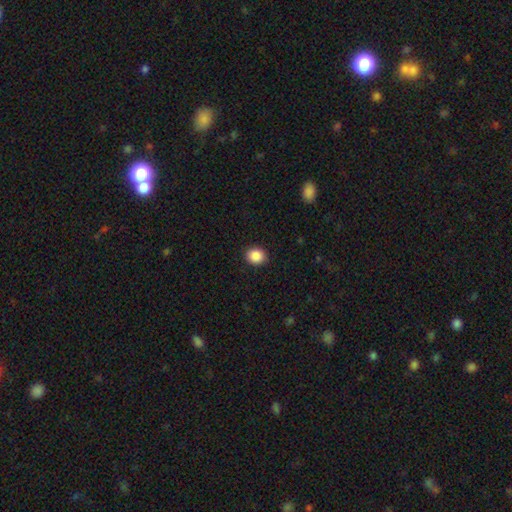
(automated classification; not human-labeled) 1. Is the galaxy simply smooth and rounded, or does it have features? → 88% smooth, 9% star or artifact, 3% featured or disk.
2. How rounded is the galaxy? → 67% round, 33% in between, 1% cigar-shaped.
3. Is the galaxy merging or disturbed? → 91% none, 7% minor disturbance, 2% major disturbance, 1% merger.